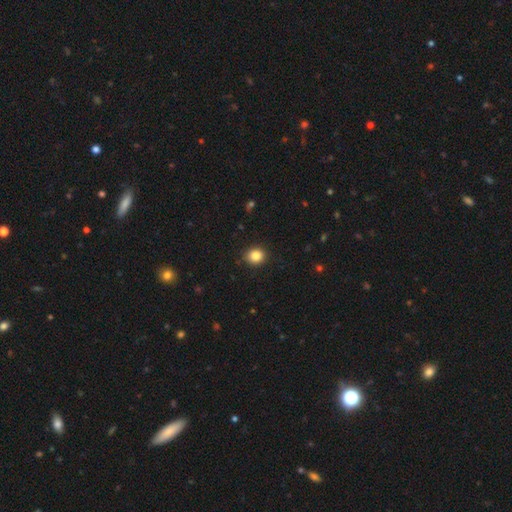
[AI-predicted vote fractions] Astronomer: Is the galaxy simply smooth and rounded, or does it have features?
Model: smooth — 85%.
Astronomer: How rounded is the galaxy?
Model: round — 79%.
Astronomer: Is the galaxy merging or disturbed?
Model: none — 90%.